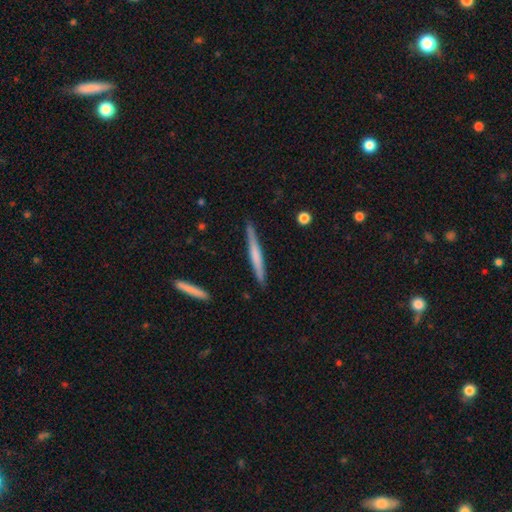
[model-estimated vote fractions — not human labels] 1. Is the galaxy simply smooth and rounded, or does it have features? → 49% featured or disk, 46% smooth, 5% star or artifact.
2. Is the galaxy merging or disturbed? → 89% none, 8% minor disturbance, 1% major disturbance, 1% merger.